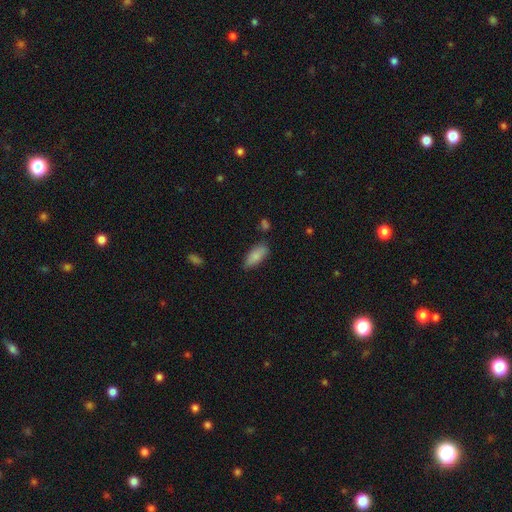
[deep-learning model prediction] A smooth galaxy with no disk features (85%) that is in between round and cigar-shaped (84%). Merging: none (76%).